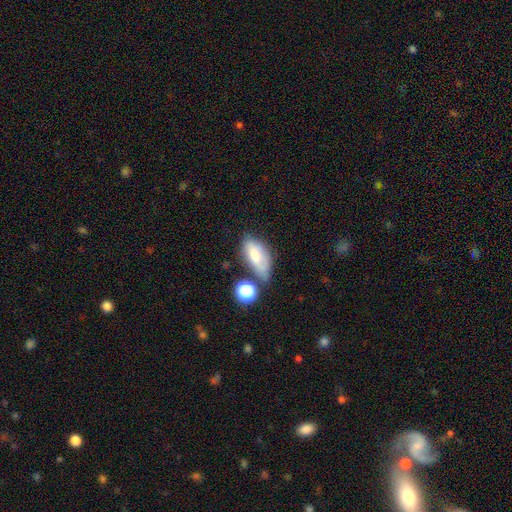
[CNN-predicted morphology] This is likely a smooth galaxy (69%). How rounded: clearly in between (86%). Merging: marginally none (42%).